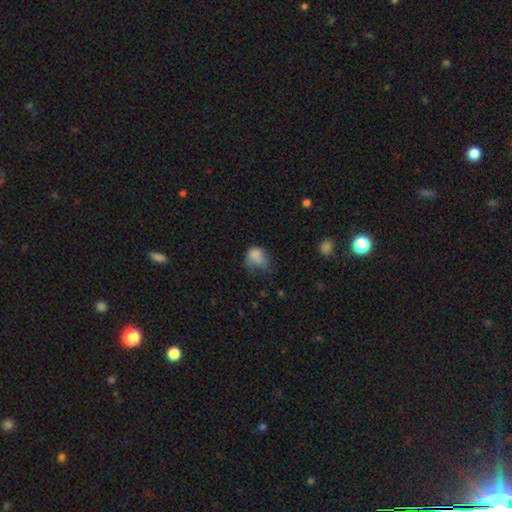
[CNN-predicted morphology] Q: Smooth or featured?
A: smooth (76%); runner-up: featured or disk (13%)
Q: How rounded?
A: in between (59%); runner-up: round (40%)
Q: Merging?
A: major disturbance (38%); runner-up: minor disturbance (33%)